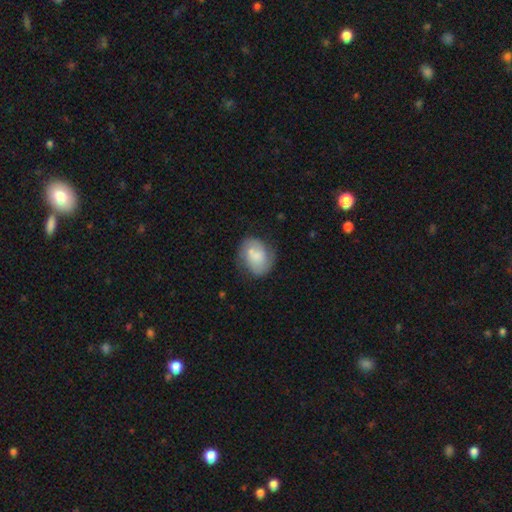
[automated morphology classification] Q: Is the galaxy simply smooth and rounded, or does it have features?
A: smooth — 62%.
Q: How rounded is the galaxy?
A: in between — 57%.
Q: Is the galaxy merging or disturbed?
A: none — 52%.